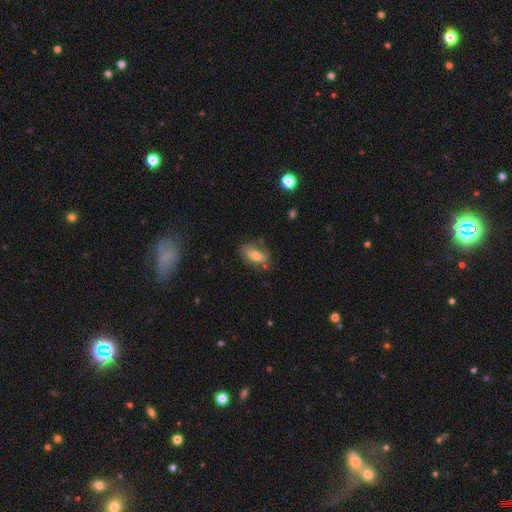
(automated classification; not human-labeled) This appears to be a smooth galaxy with no disk features (65%) that is in between round and cigar-shaped (83%). Merging: none (63%).